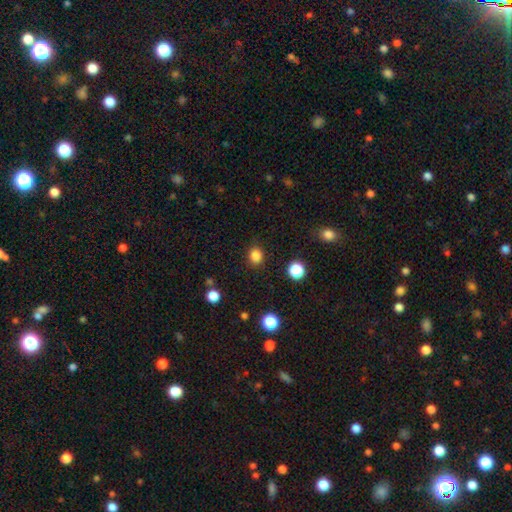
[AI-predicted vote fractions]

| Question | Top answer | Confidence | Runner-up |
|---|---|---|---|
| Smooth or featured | smooth | 84% | star or artifact (13%) |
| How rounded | round | 71% | in between (28%) |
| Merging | none | 88% | minor disturbance (8%) |